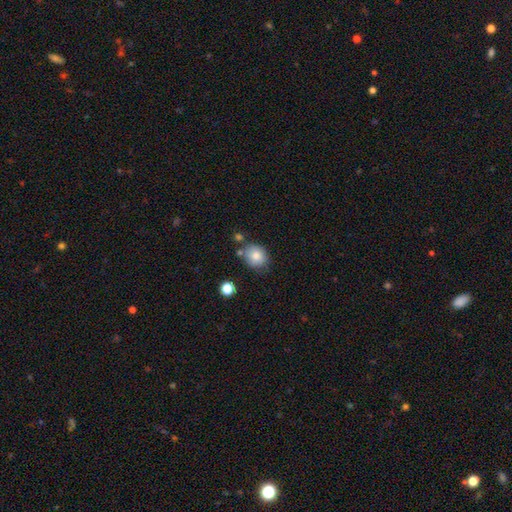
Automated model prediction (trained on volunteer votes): This appears to be a smooth galaxy with no disk features (81%) that is round (68%). Merging: none (70%).